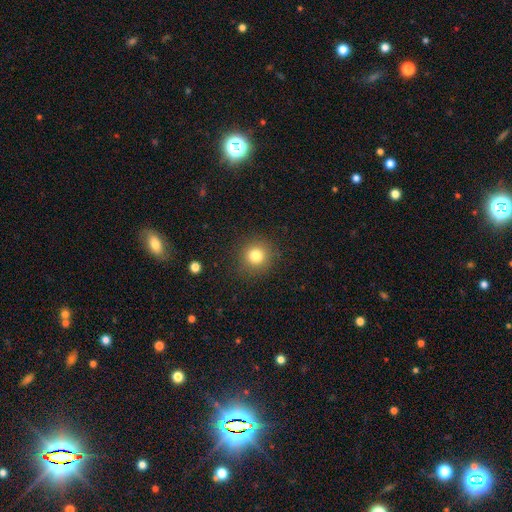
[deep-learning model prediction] A smooth galaxy with no disk features (80%) that is round (93%). Merging: none (89%).